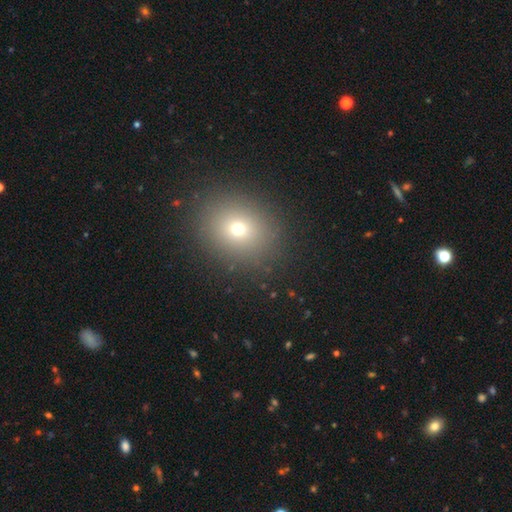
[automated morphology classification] type=smooth (67%); roundness=round (68%); merging=none (89%).